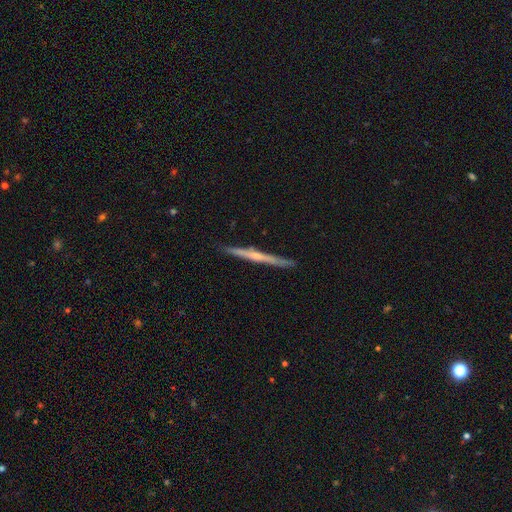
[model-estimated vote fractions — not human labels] featured or disk 65%, smooth 29%, star or artifact 6%. Down the decision tree: edge-on disk — yes (98%); edge-on bulge — rounded (45%, tied with none); merging — none (90%).